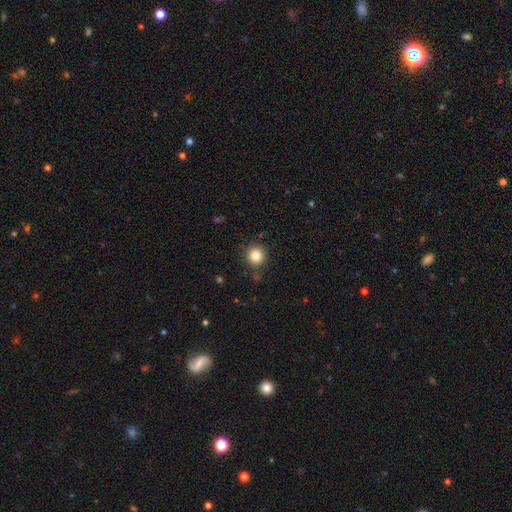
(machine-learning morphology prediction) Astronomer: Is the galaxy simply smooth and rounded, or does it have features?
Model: smooth — 84%.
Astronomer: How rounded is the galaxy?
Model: round — 93%.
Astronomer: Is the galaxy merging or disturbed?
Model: none — 86%.